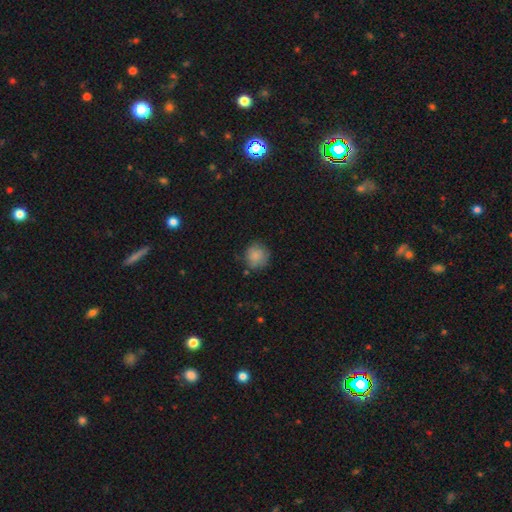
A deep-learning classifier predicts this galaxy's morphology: smooth 83%, featured or disk 9%, star or artifact 8%. Down the decision tree: how rounded — round (88%); merging — none (73%).